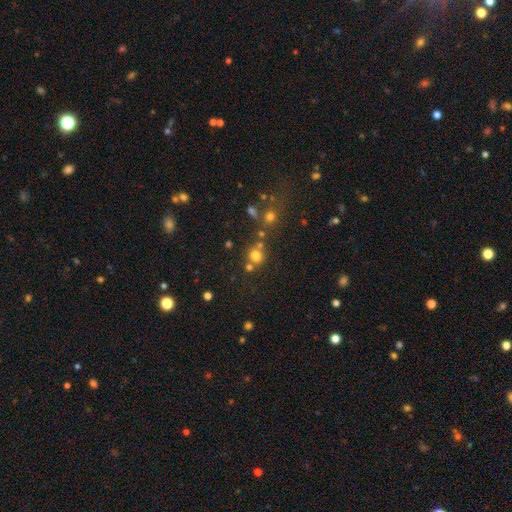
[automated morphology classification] This is likely a smooth galaxy (72%). How rounded: clearly round (84%). Merging: possibly none (60%).